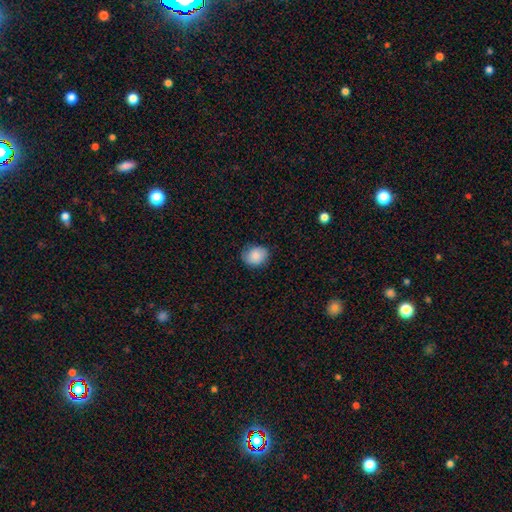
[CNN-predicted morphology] The model was most divided on "how rounded": round: 54%, in between: 45%, cigar-shaped: 1%. More confident: smooth or featured — smooth (85%); merging — none (81%).